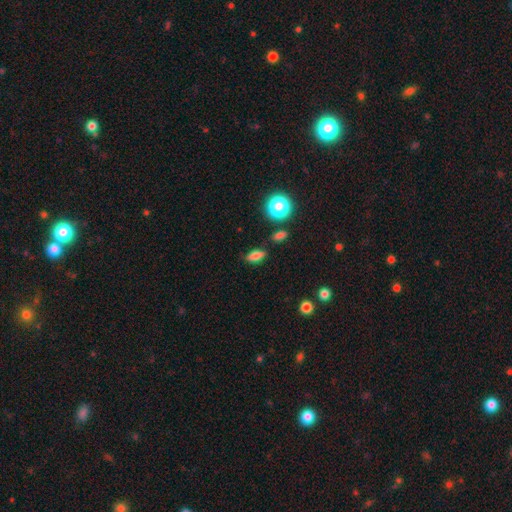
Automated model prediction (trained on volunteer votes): This appears to be a smooth galaxy with no disk features (75%) that is in between round and cigar-shaped (78%). Merging: none (80%).